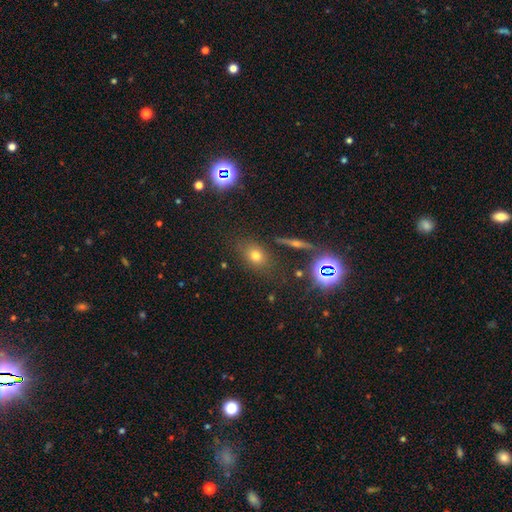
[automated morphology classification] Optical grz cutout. It shows a smooth galaxy with no disk features (62%) that is in between round and cigar-shaped (56%). Merging: none (79%).